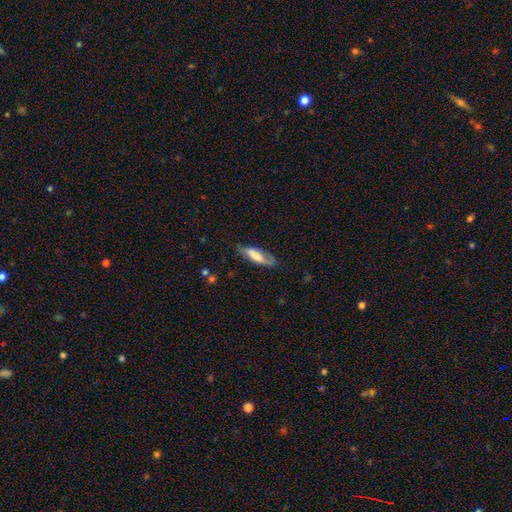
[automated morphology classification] Smooth or featured?
  - smooth: 63% *
  - featured or disk: 31%
  - star or artifact: 6%
How rounded?
  - cigar-shaped: 51% *
  - in between: 47%
  - round: 2%
Merging?
  - none: 68% *
  - minor disturbance: 23%
  - major disturbance: 7%
  - merger: 2%